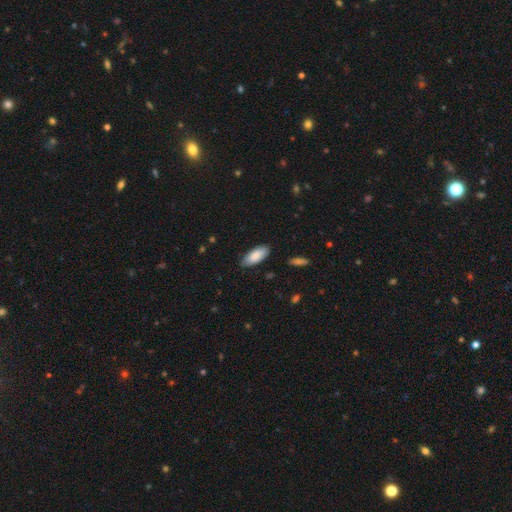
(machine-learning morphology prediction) Smooth or featured?
  - smooth: 87% *
  - featured or disk: 8%
  - star or artifact: 6%
How rounded?
  - in between: 85% *
  - cigar-shaped: 14%
  - round: 2%
Merging?
  - none: 84% *
  - minor disturbance: 13%
  - major disturbance: 2%
  - merger: 1%